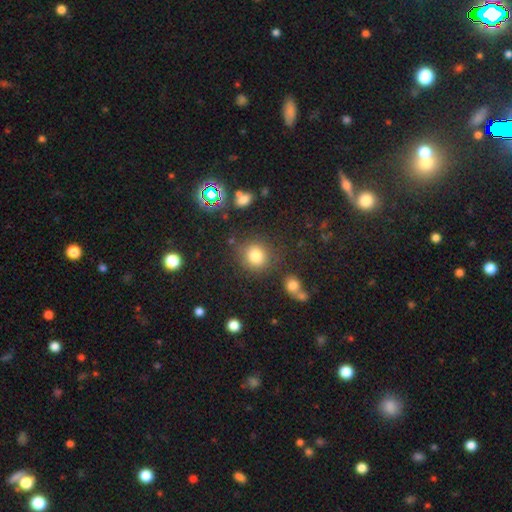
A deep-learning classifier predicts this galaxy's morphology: type=smooth (80%); roundness=round (86%); merging=none (79%).